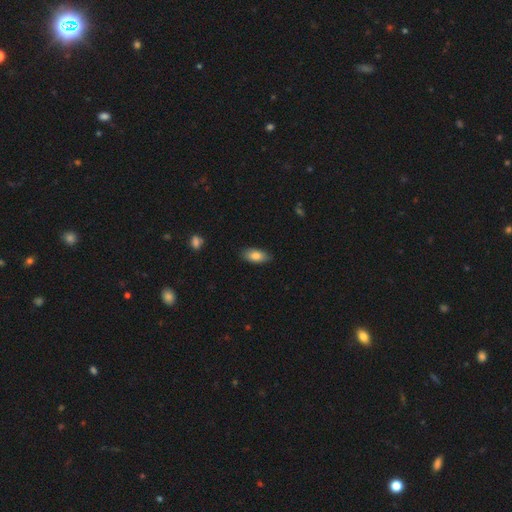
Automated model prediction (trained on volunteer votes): Smooth or featured: smooth — 83% (featured or disk — 10%)
How rounded: in between — 91% (cigar-shaped — 6%)
Merging: none — 85% (minor disturbance — 11%)